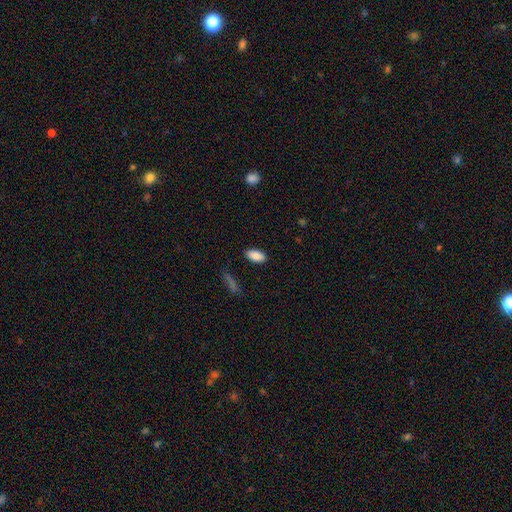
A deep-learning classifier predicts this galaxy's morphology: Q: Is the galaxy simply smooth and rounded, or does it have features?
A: smooth — 88%.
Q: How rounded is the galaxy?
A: in between — 91%.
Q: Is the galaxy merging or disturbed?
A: none — 86%.